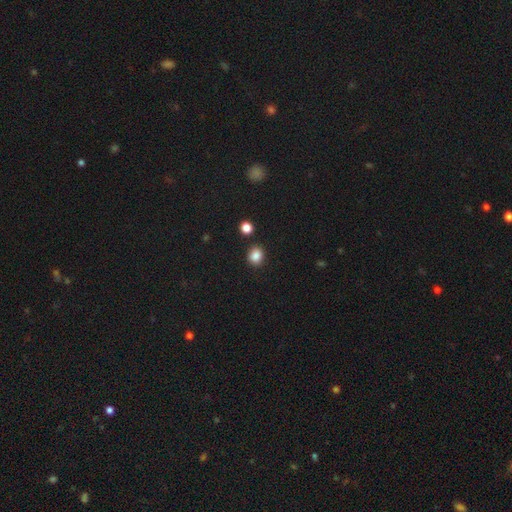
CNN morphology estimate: Smooth or featured: smooth — 86% (star or artifact — 10%)
How rounded: round — 69% (in between — 30%)
Merging: none — 85% (minor disturbance — 8%)